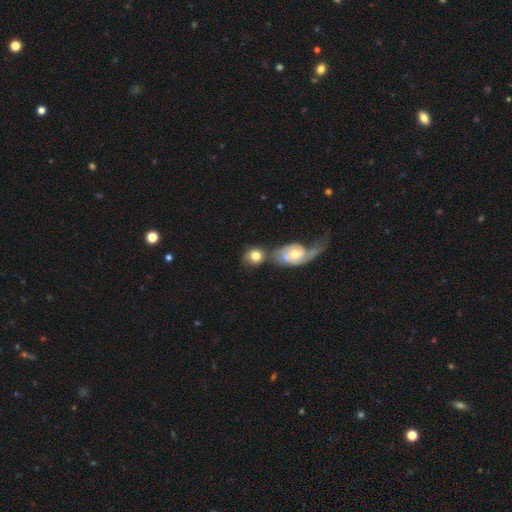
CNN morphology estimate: Smooth or featured? Predicted: smooth (p=0.68). How rounded? Predicted: round (p=0.73). Merging? Predicted: none (p=0.43).